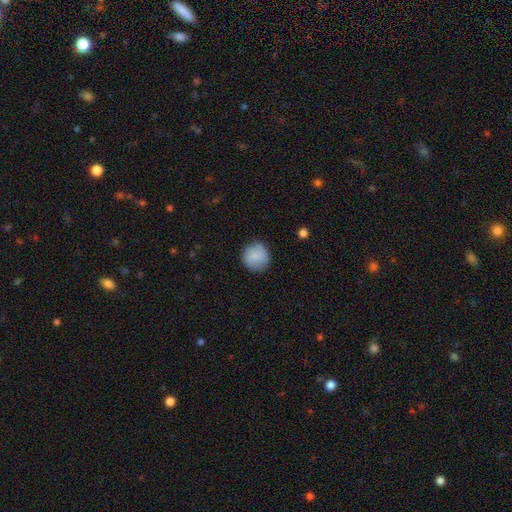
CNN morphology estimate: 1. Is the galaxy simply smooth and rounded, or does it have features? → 86% smooth, 7% featured or disk, 7% star or artifact.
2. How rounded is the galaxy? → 92% round, 7% in between, 1% cigar-shaped.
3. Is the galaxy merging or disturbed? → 85% none, 12% minor disturbance, 3% major disturbance, 1% merger.